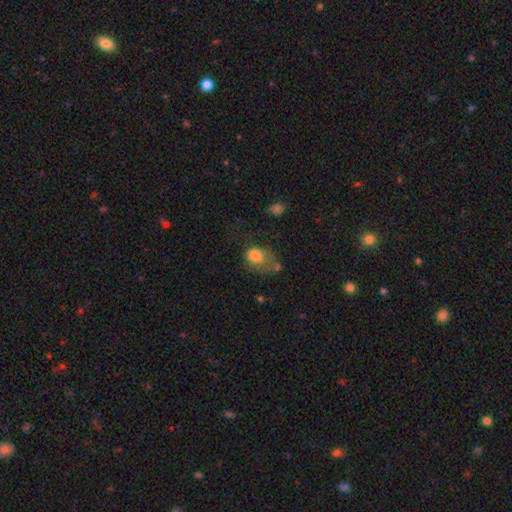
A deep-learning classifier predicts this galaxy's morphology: Smooth or featured? Predicted: smooth (p=0.75). How rounded? Predicted: in between (p=0.67). Merging? Predicted: major disturbance (p=0.35).